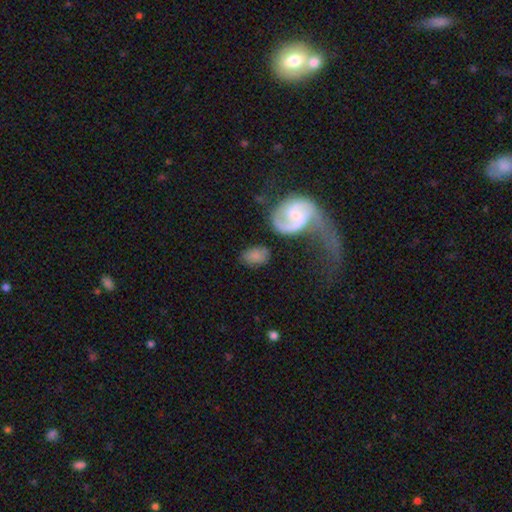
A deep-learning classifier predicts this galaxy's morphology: This is likely a smooth galaxy (63%). How rounded: clearly in between (85%). Merging: likely none (66%).